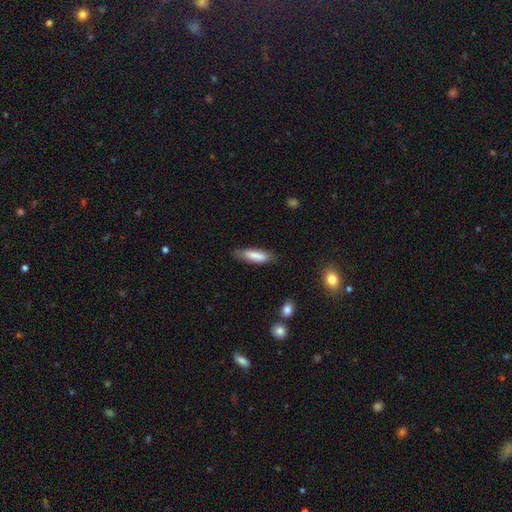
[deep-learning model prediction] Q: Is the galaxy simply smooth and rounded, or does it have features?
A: smooth — 82%.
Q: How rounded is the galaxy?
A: cigar-shaped — 55%.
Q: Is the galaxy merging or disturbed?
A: none — 76%.